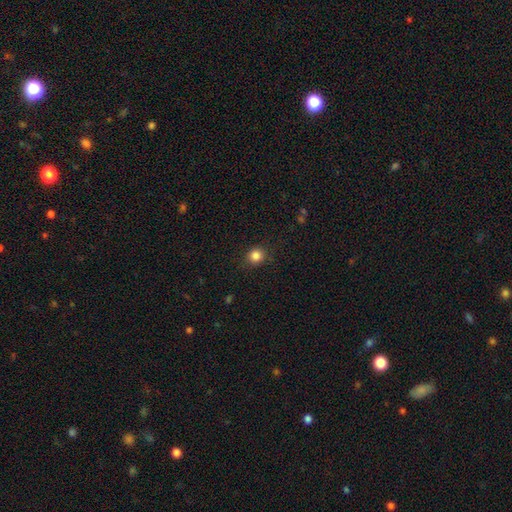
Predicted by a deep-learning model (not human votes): smooth_or_featured: smooth (p=0.85) [alt: star or artifact p=0.11]
how_rounded: round (p=0.85) [alt: in between p=0.14]
merging: none (p=0.88) [alt: minor disturbance p=0.08]